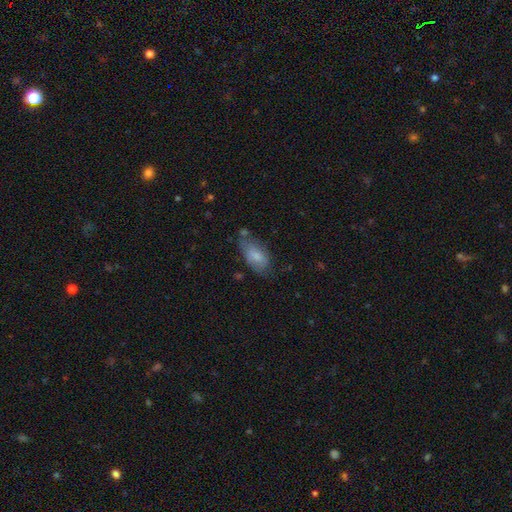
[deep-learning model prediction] Smooth or featured: smooth — 75% (featured or disk — 18%)
How rounded: in between — 89% (cigar-shaped — 7%)
Merging: none — 52% (minor disturbance — 31%)